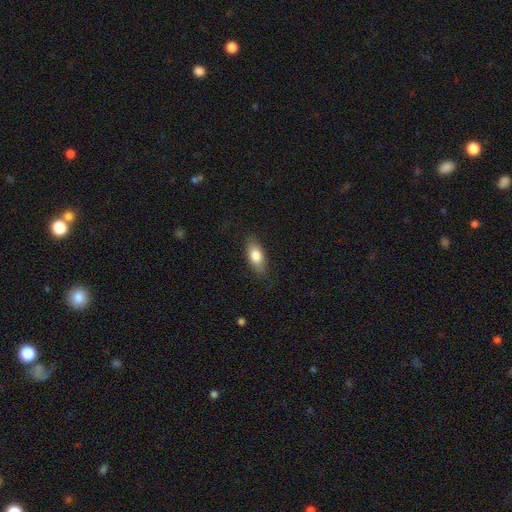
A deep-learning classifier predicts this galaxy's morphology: This appears to be a smooth galaxy with no disk features (79%) that is in between round and cigar-shaped (85%). Merging: none (82%).